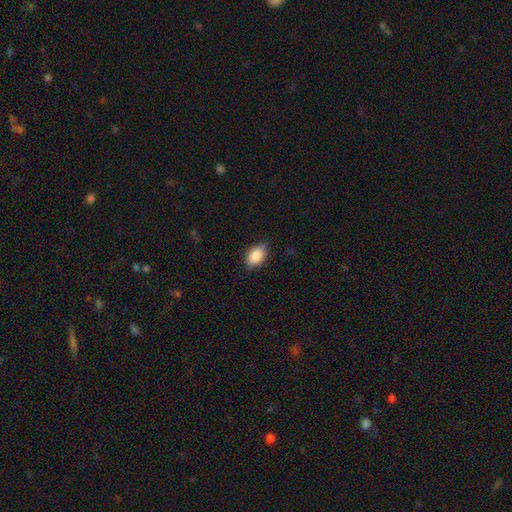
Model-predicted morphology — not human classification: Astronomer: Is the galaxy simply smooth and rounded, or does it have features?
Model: smooth — 87%.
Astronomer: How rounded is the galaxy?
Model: in between — 88%.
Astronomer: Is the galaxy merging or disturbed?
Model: none — 79%.